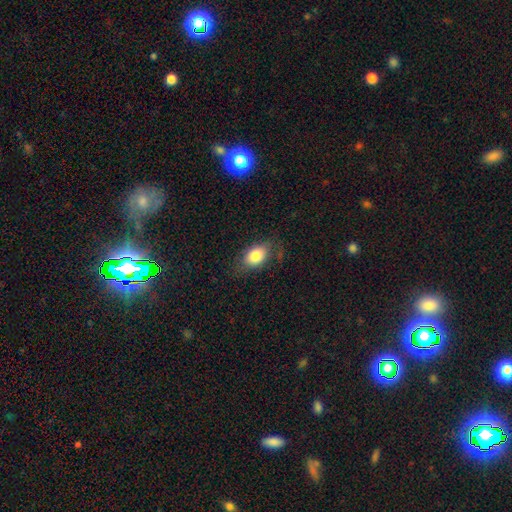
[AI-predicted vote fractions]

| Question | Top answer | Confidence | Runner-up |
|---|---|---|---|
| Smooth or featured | smooth | 80% | featured or disk (12%) |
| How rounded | in between | 85% | round (13%) |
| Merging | none | 73% | minor disturbance (19%) |